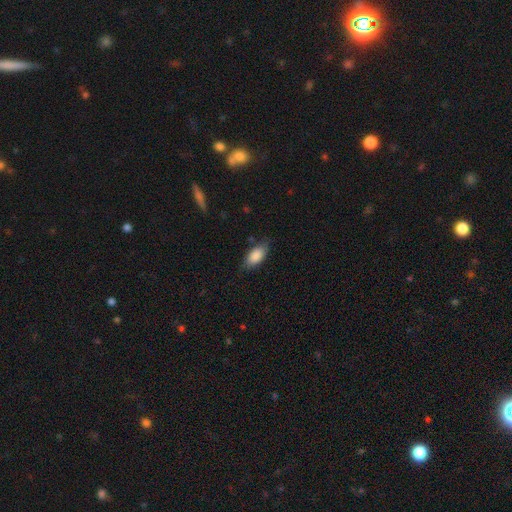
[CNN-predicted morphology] smooth 85%, featured or disk 8%, star or artifact 6%. Down the decision tree: how rounded — in between (90%); merging — none (76%).